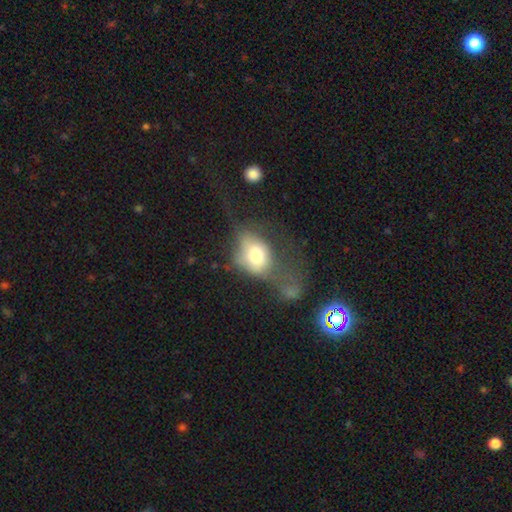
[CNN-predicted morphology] This appears to be a smooth galaxy with no disk features (65%) that is in between round and cigar-shaped (57%). Merging: major disturbance (46%).